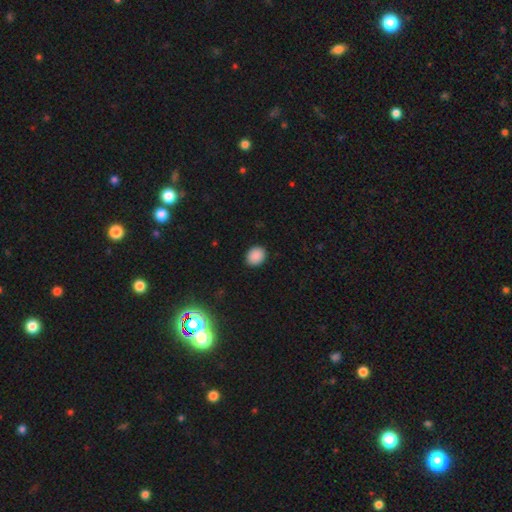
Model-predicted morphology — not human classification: Q: Smooth or featured?
A: smooth (88%); runner-up: star or artifact (9%)
Q: How rounded?
A: round (53%); runner-up: in between (46%)
Q: Merging?
A: none (90%); runner-up: minor disturbance (7%)